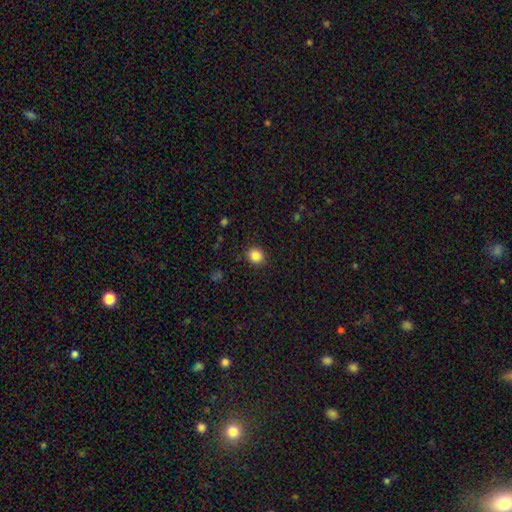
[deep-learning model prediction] Overall: smooth (86%). How rounded: round (82%). Merging: none (90%).